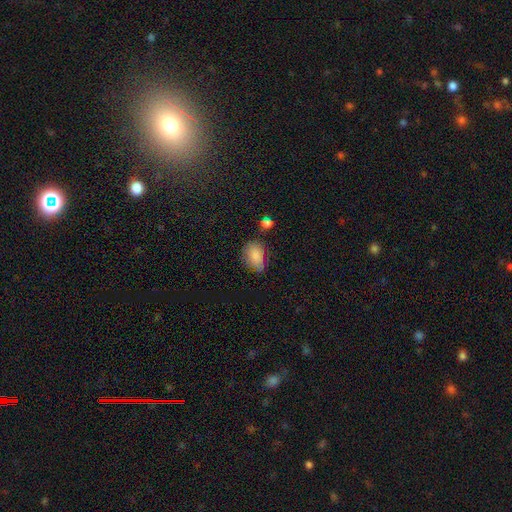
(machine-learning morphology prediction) type=smooth (84%); roundness=in between (79%); merging=none (62%).